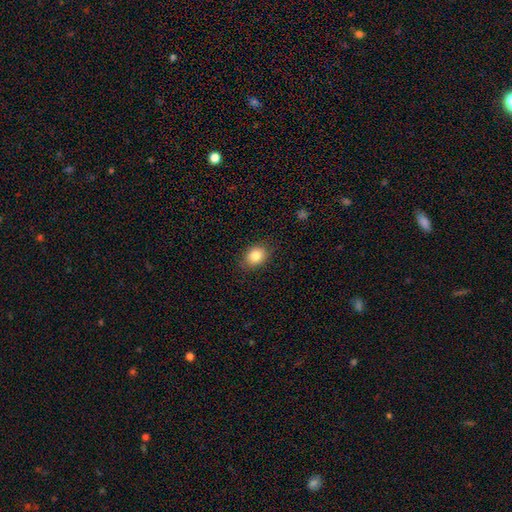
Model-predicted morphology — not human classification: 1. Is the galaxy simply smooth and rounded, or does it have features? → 84% smooth, 9% star or artifact, 7% featured or disk.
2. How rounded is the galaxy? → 61% in between, 38% round, 1% cigar-shaped.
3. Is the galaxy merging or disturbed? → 86% none, 11% minor disturbance, 3% major disturbance, 1% merger.